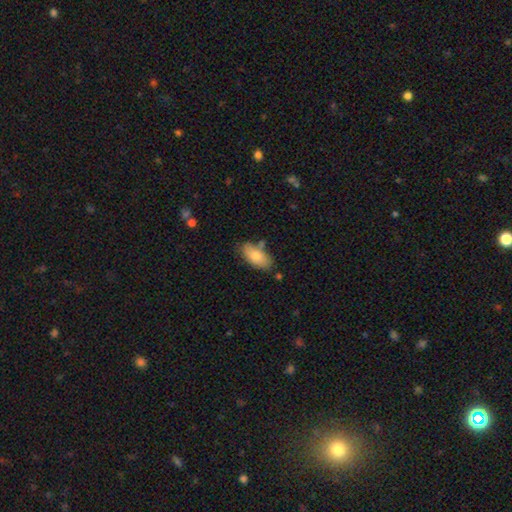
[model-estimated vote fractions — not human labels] smooth-or-featured: smooth: 78% | featured or disk: 16% | star or artifact: 7%
  how-rounded: in between: 90% | cigar-shaped: 7% | round: 3%
  merging: none: 74% | minor disturbance: 17% | merger: 6% | major disturbance: 3%